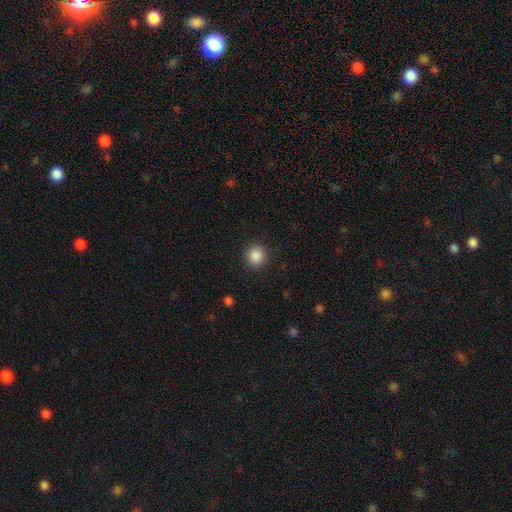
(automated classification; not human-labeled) This is clearly a smooth galaxy (88%). How rounded: clearly round (89%). Merging: clearly none (90%).